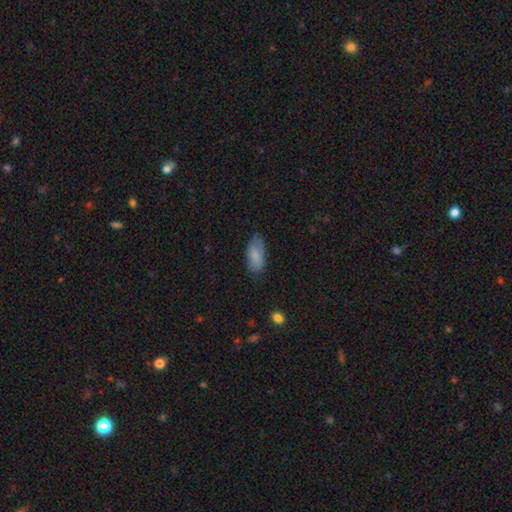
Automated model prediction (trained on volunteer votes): This appears to be a smooth galaxy with no disk features (81%) that is in between round and cigar-shaped (91%). Merging: none (65%).